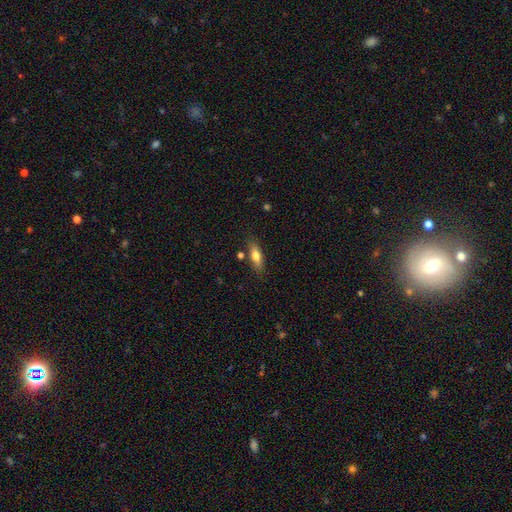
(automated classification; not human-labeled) A smooth galaxy with no disk features (71%) that is in between round and cigar-shaped (56%). Merging: none (79%).